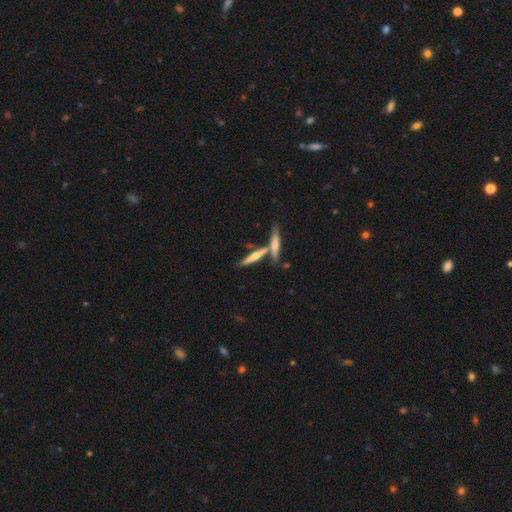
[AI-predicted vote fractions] A featured or disk galaxy (60%) viewed edge-on (92%) with a rounded central bulge (74%). Merging: none (56%).